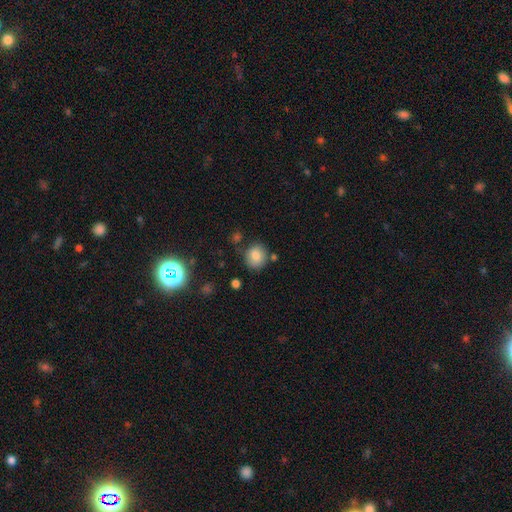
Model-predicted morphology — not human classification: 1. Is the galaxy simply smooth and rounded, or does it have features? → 82% smooth, 10% star or artifact, 8% featured or disk.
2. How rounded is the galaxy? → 76% round, 23% in between, 1% cigar-shaped.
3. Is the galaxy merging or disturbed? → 76% none, 14% minor disturbance, 7% merger, 4% major disturbance.